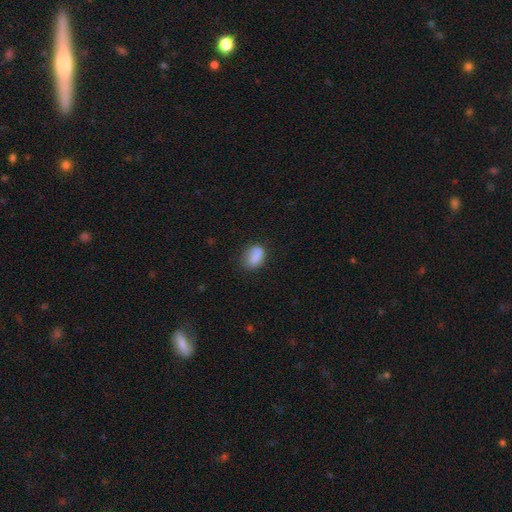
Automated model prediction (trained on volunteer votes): A smooth galaxy with no disk features (83%) that is in between round and cigar-shaped (80%). Merging: none (62%).